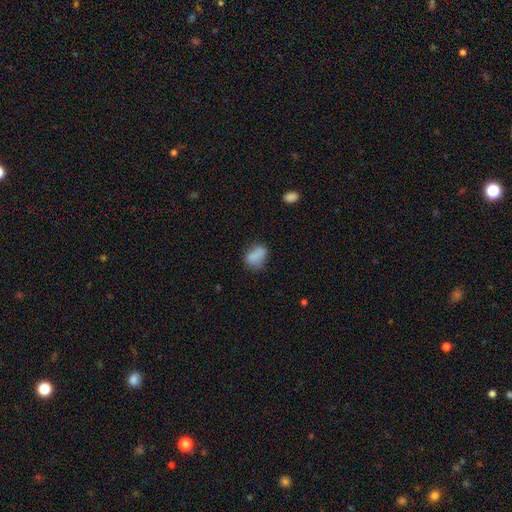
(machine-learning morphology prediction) smooth-or-featured: smooth: 81% | star or artifact: 10% | featured or disk: 9%
  how-rounded: in between: 79% | round: 18% | cigar-shaped: 3%
  merging: none: 61% | minor disturbance: 27% | major disturbance: 9% | merger: 4%